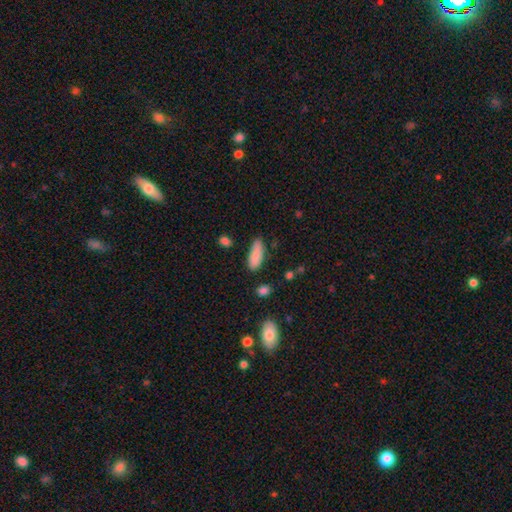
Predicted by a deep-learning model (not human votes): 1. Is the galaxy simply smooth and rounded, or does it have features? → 87% smooth, 7% star or artifact, 7% featured or disk.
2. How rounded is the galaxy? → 67% in between, 31% cigar-shaped, 2% round.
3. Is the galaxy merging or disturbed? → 78% none, 17% minor disturbance, 3% major disturbance, 2% merger.